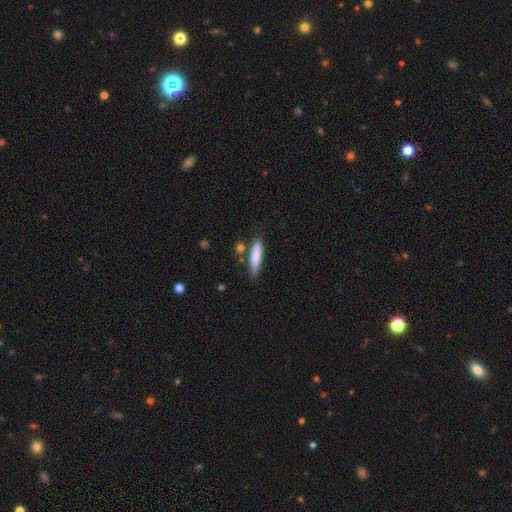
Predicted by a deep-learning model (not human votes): Smooth or featured? smooth (80%)
How rounded? cigar-shaped (79%)
Merging? none (74%)